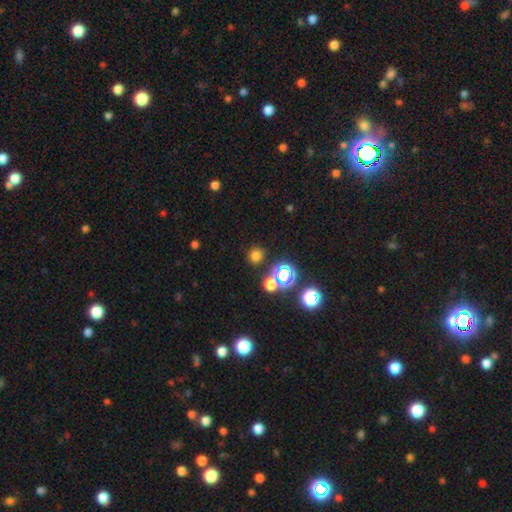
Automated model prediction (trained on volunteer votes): This appears to be a smooth galaxy with no disk features (69%) that is round (90%). Merging: none (85%).